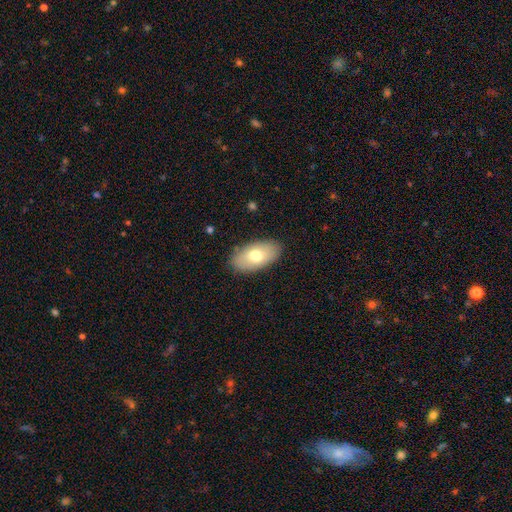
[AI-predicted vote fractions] This is likely a smooth galaxy (71%). How rounded: clearly in between (93%). Merging: clearly none (86%).